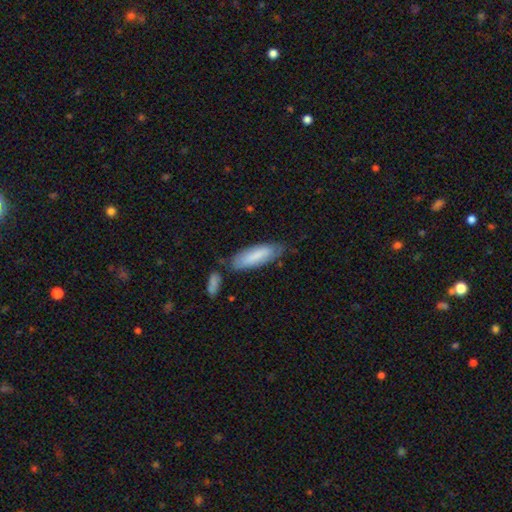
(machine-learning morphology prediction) Smooth or featured? Predicted: smooth (p=0.77). How rounded? Predicted: cigar-shaped (p=0.57). Merging? Predicted: none (p=0.69).